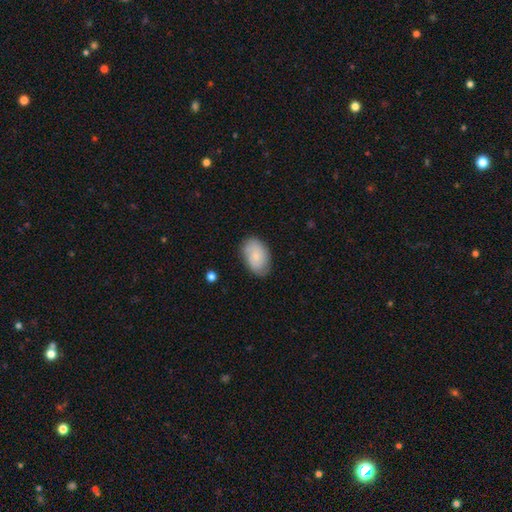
This is likely a smooth galaxy (66%). How rounded: clearly in between (96%). Merging: clearly none (83%).